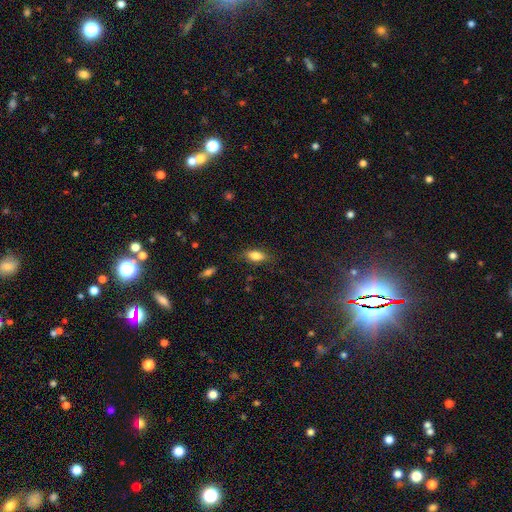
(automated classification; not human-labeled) A smooth galaxy with no disk features (80%) that is in between round and cigar-shaped (81%). Merging: none (79%).